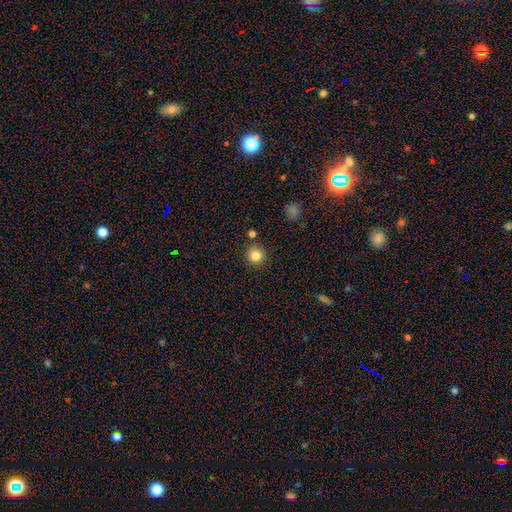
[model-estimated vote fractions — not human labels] A smooth galaxy with no disk features (83%) that is round (93%). Merging: none (88%).